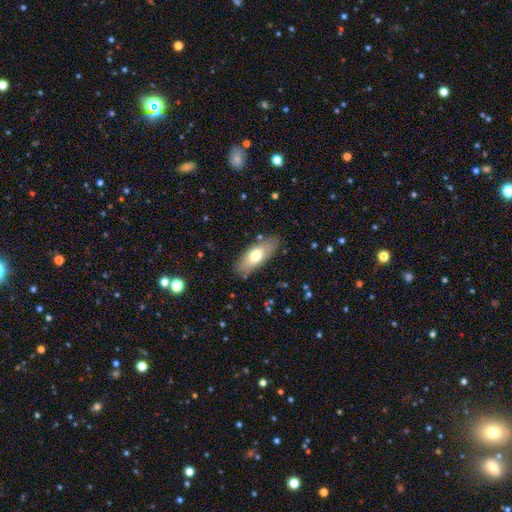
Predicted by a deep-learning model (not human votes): Smooth or featured? smooth (67%)
How rounded? in between (80%)
Merging? none (83%)